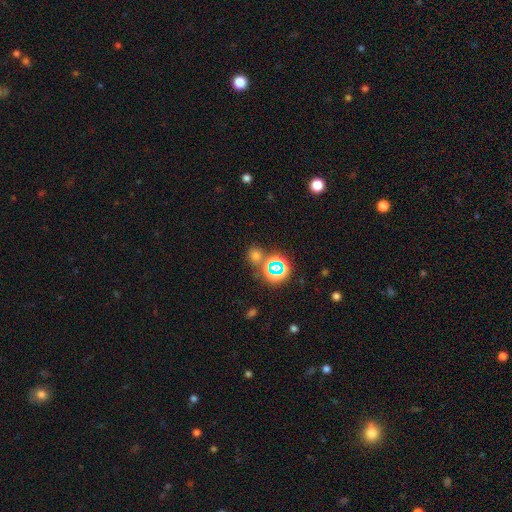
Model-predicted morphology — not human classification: Smooth or featured?
  - smooth: 58% *
  - star or artifact: 35%
  - featured or disk: 7%
How rounded?
  - round: 81% *
  - in between: 18%
  - cigar-shaped: 1%
Merging?
  - none: 71% *
  - merger: 15%
  - minor disturbance: 10%
  - major disturbance: 4%